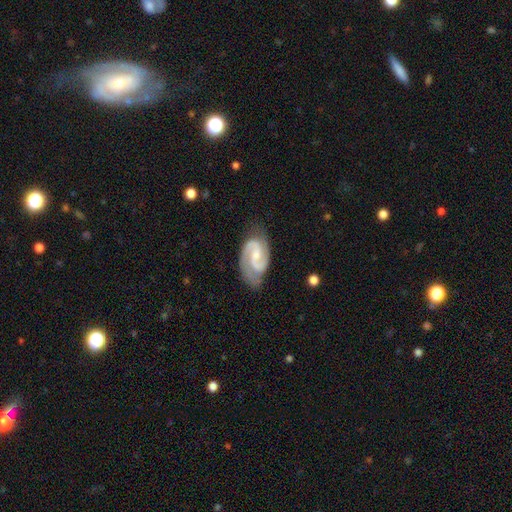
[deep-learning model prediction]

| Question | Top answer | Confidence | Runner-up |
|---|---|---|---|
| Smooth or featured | featured or disk | 90% | smooth (6%) |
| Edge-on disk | no | 98% | yes (2%) |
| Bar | weak | 49% | no (35%) |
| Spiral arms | yes | 98% | no (2%) |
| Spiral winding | medium | 57% | tight (29%) |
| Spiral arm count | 2 | 92% | can't tell (2%) |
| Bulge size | small | 55% | moderate (31%) |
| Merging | none | 76% | minor disturbance (17%) |